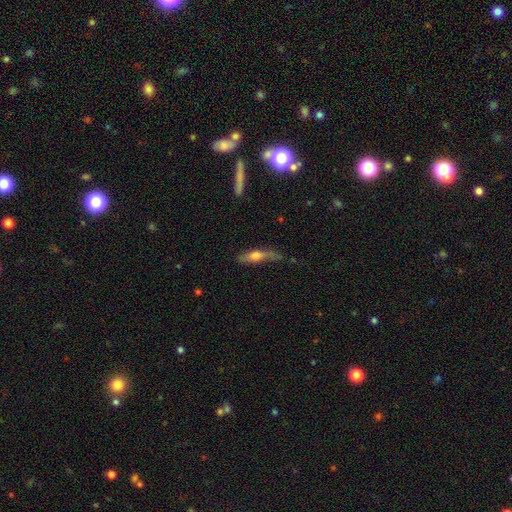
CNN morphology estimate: Overall: smooth (54%; featured or disk 39%). How rounded: cigar-shaped (76%). Merging: none (57%; minor disturbance 29%).